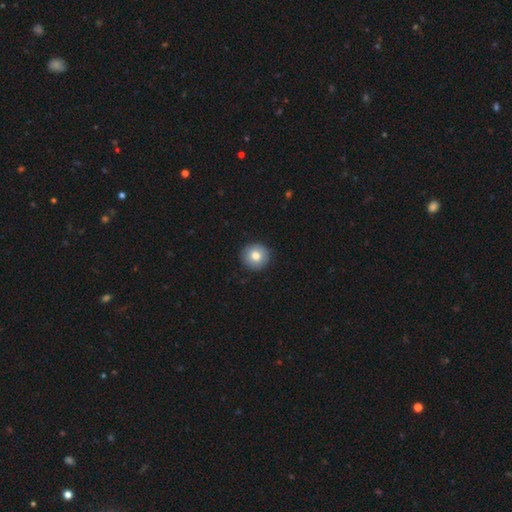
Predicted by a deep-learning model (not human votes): A smooth galaxy with no disk features (79%) that is round (95%). Merging: none (91%).